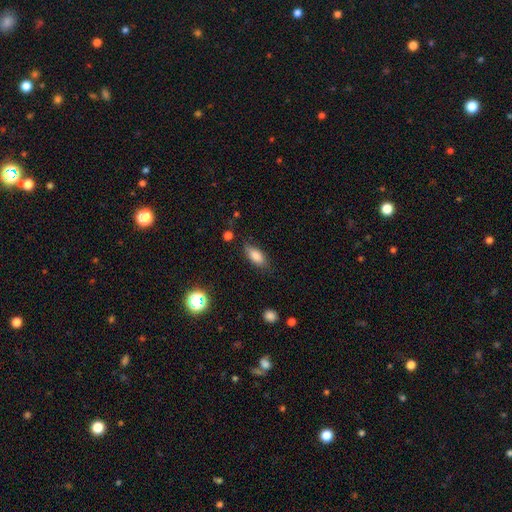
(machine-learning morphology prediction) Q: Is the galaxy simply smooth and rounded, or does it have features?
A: smooth — 83%.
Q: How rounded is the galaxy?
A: in between — 84%.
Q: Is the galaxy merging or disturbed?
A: none — 78%.